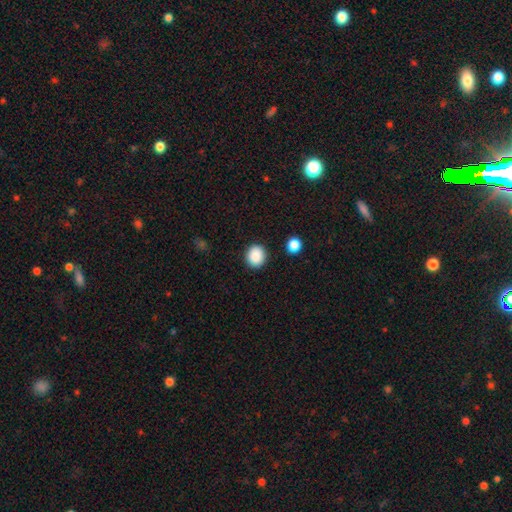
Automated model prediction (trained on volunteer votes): Q: Smooth or featured?
A: smooth (89%); runner-up: star or artifact (8%)
Q: How rounded?
A: round (78%); runner-up: in between (21%)
Q: Merging?
A: none (89%); runner-up: minor disturbance (7%)